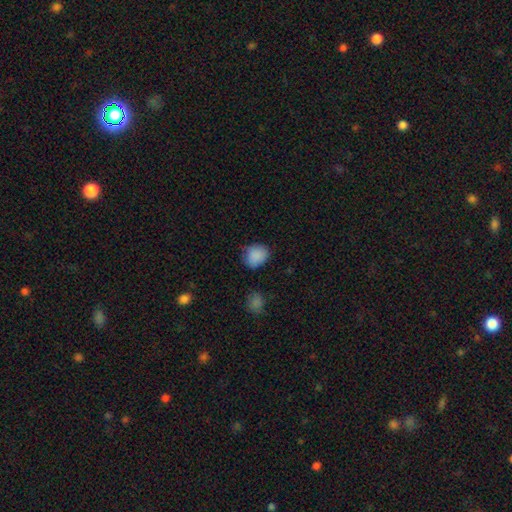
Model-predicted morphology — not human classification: smooth_or_featured: smooth (p=0.86) [alt: star or artifact p=0.09]
how_rounded: round (p=0.65) [alt: in between p=0.34]
merging: none (p=0.69) [alt: minor disturbance p=0.23]